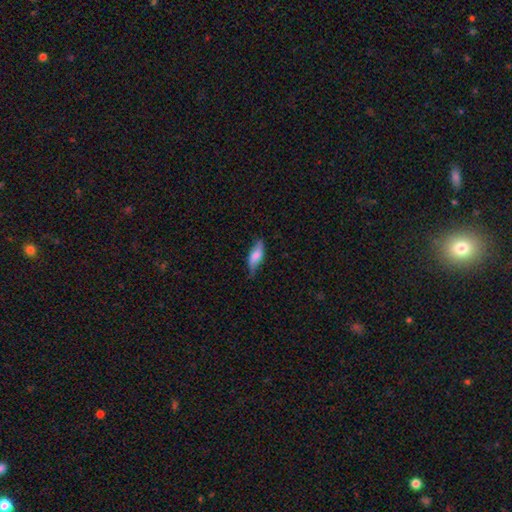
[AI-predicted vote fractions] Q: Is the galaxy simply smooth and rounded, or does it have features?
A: smooth — 64%.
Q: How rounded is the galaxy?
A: in between — 68%.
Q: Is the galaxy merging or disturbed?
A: none — 64%.